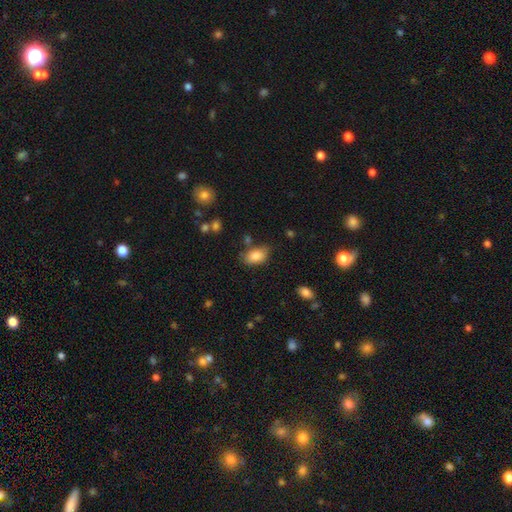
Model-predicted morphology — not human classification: This appears to be a smooth galaxy with no disk features (84%) that is in between round and cigar-shaped (91%). Merging: none (70%).